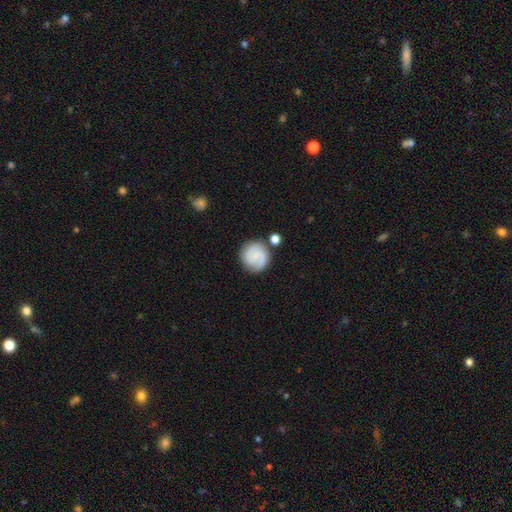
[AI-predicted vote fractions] A featured or disk galaxy (47%).

Vote fractions:
- Smooth or featured? featured or disk: 47% / smooth: 46% / star or artifact: 7%
- Merging? none: 72% / minor disturbance: 15% / merger: 7% / major disturbance: 6%